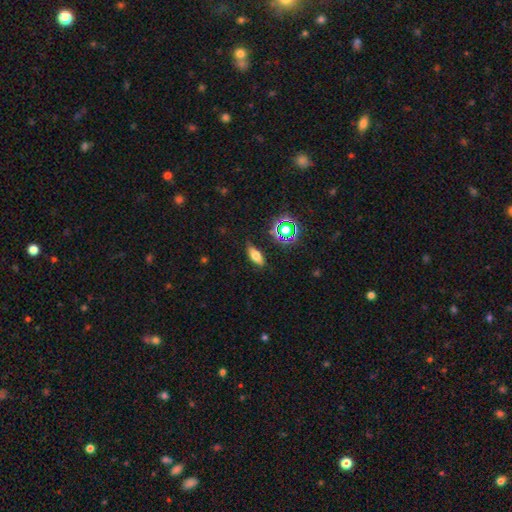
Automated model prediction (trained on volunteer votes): smooth-or-featured: smooth: 65% | featured or disk: 20% | star or artifact: 15%
  how-rounded: in between: 70% | cigar-shaped: 23% | round: 6%
  merging: none: 85% | minor disturbance: 11% | major disturbance: 3% | merger: 2%